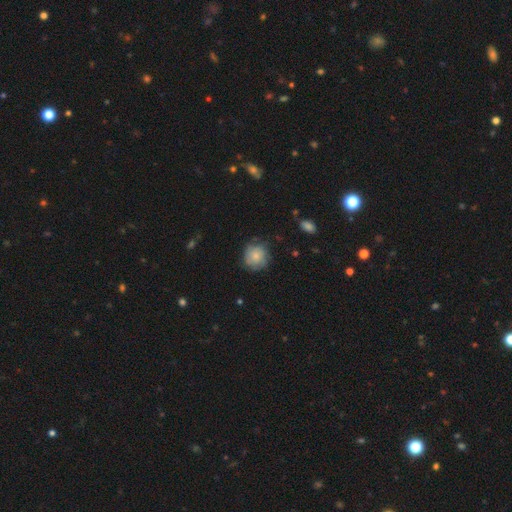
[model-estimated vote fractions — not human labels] Overall: smooth (72%). How rounded: round (89%). Merging: none (68%).